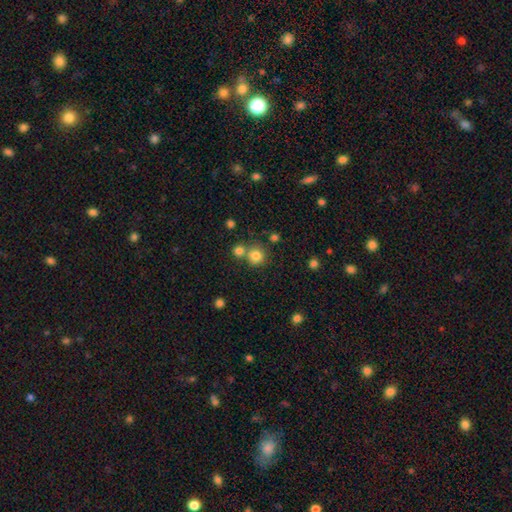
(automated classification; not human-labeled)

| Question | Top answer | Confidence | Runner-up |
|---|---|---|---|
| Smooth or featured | smooth | 78% | star or artifact (14%) |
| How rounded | round | 91% | in between (8%) |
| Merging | none | 64% | merger (25%) |